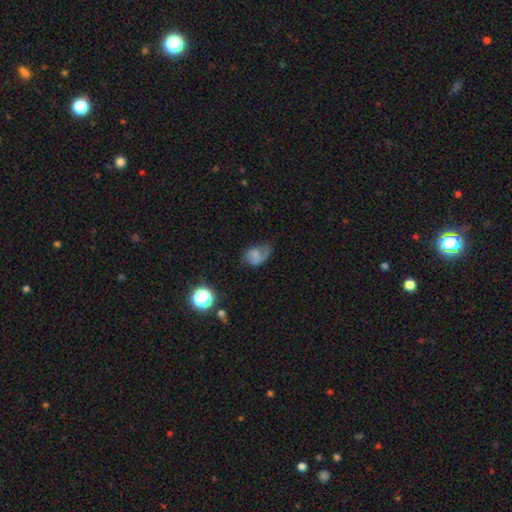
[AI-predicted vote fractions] smooth_or_featured: smooth (p=0.51) [alt: featured or disk p=0.35]
how_rounded: in between (p=0.70) [alt: round p=0.29]
merging: none (p=0.39) [alt: minor disturbance p=0.32]